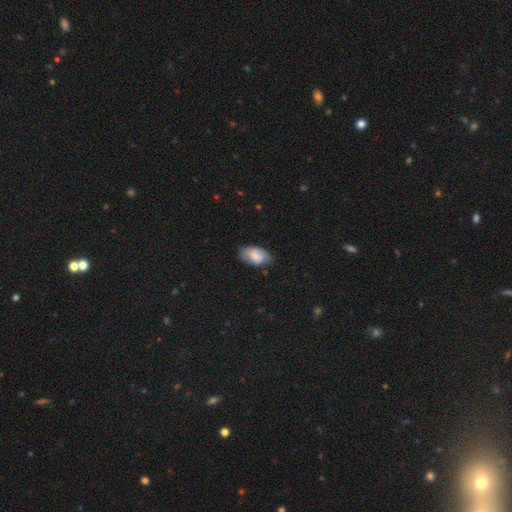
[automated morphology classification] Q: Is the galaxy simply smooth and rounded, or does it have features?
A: smooth — 77%.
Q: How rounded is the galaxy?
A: in between — 94%.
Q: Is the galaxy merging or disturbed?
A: none — 71%.